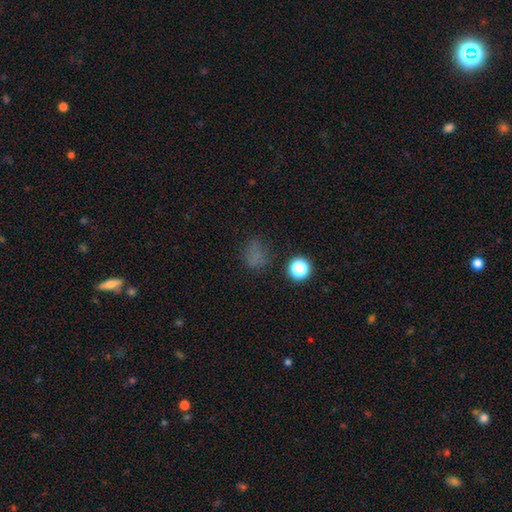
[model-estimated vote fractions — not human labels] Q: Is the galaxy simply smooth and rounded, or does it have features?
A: smooth — 61%.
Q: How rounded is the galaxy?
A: round — 68%.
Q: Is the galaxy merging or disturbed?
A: none — 67%.